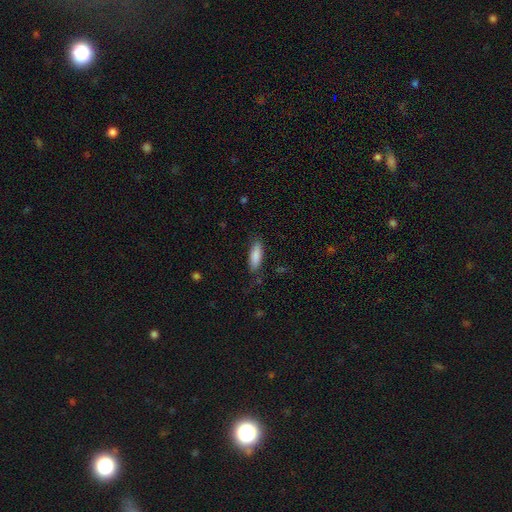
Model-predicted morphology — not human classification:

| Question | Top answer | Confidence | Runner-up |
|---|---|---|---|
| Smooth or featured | smooth | 86% | featured or disk (8%) |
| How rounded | in between | 58% | cigar-shaped (41%) |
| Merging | none | 79% | minor disturbance (15%) |